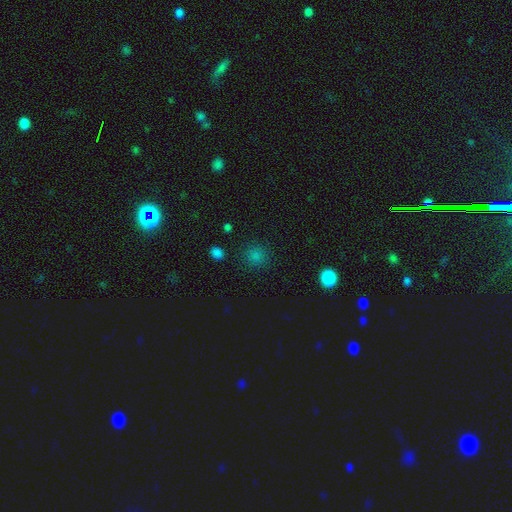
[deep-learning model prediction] smooth-or-featured: smooth: 78% | star or artifact: 18% | featured or disk: 4%
  how-rounded: round: 90% | in between: 9% | cigar-shaped: 1%
  merging: none: 87% | minor disturbance: 8% | major disturbance: 3% | merger: 2%